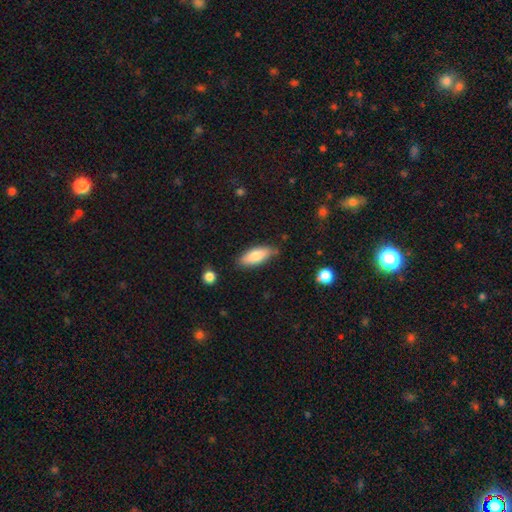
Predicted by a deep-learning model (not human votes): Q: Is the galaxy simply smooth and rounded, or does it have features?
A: smooth — 78%.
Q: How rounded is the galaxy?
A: in between — 71%.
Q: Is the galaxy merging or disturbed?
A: none — 77%.